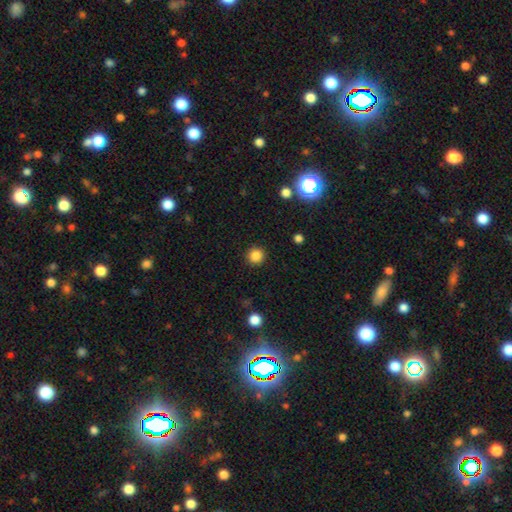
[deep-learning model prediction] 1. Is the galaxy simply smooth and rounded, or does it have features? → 85% smooth, 11% star or artifact, 4% featured or disk.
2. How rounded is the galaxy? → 95% round, 5% in between, 1% cigar-shaped.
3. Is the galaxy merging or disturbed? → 92% none, 5% minor disturbance, 2% major disturbance, 1% merger.